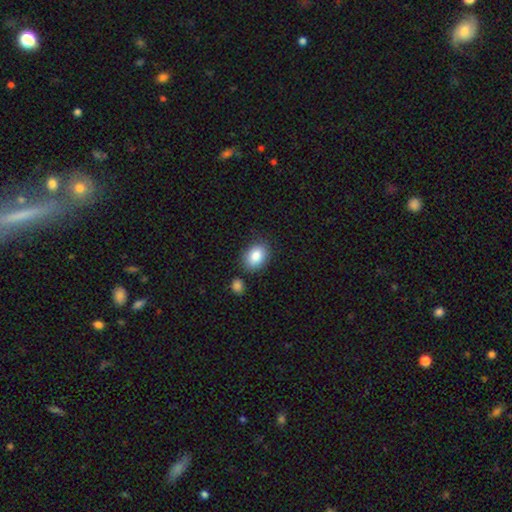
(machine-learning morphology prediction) The model was most divided on "how rounded": in between: 74%, round: 25%, cigar-shaped: 1%. More confident: smooth or featured — smooth (86%); merging — none (78%).